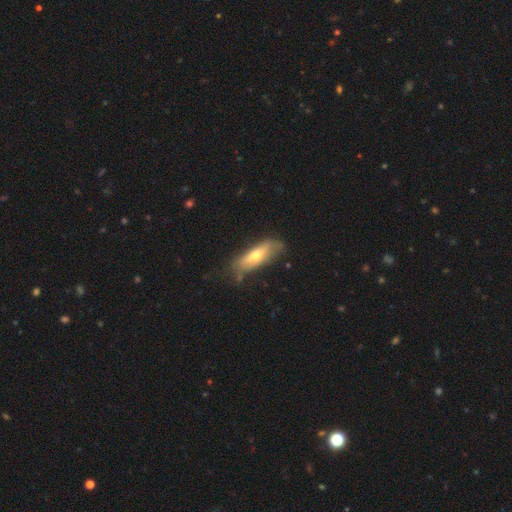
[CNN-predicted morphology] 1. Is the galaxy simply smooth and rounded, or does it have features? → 52% smooth, 41% featured or disk, 7% star or artifact.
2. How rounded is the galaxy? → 50% in between, 47% cigar-shaped, 3% round.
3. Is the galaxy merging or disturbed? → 66% none, 25% minor disturbance, 7% major disturbance, 3% merger.